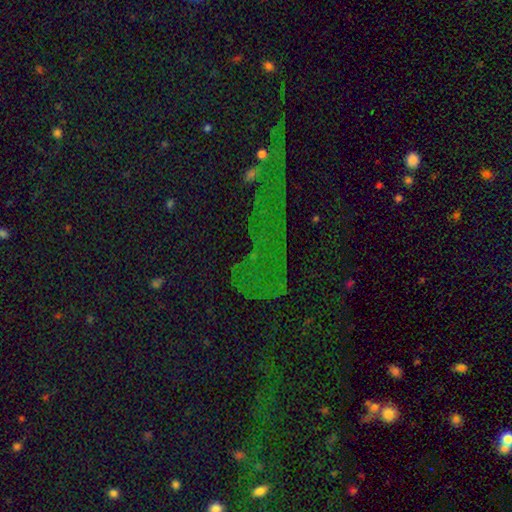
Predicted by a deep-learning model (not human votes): Overall: star or artifact (77%).